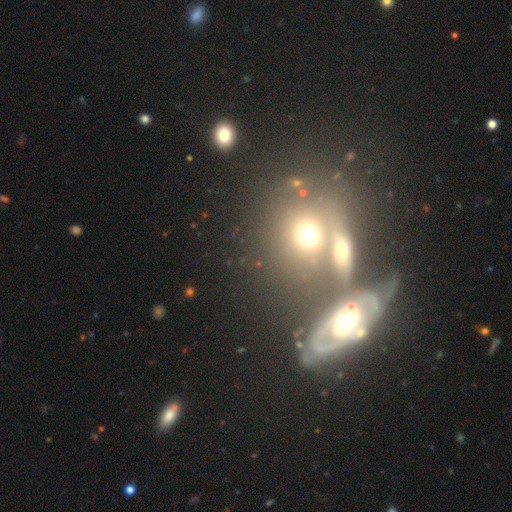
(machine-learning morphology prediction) A smooth galaxy with no disk features (42%).

Vote fractions:
- Smooth or featured? smooth: 42% / featured or disk: 38% / star or artifact: 20%
- Merging? merger: 47% / none: 37% / minor disturbance: 9% / major disturbance: 6%